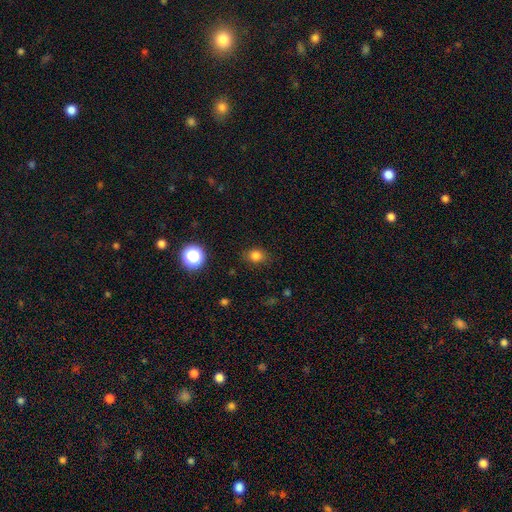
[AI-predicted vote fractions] A smooth galaxy with no disk features (80%) that is round (56%). Merging: none (83%).